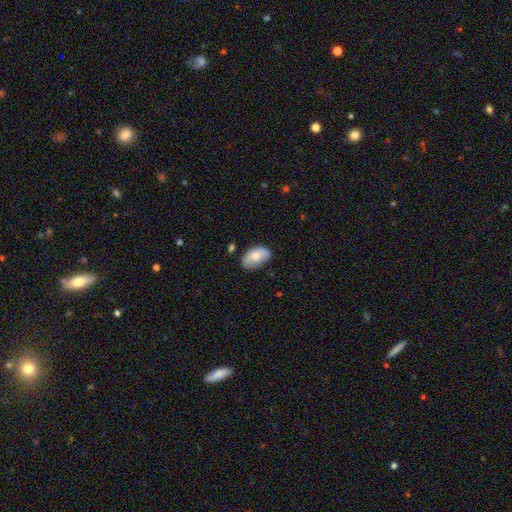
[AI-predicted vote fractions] Smooth or featured?
  - smooth: 70% *
  - featured or disk: 23%
  - star or artifact: 7%
How rounded?
  - in between: 93% *
  - round: 6%
  - cigar-shaped: 1%
Merging?
  - none: 68% *
  - minor disturbance: 25%
  - major disturbance: 5%
  - merger: 2%